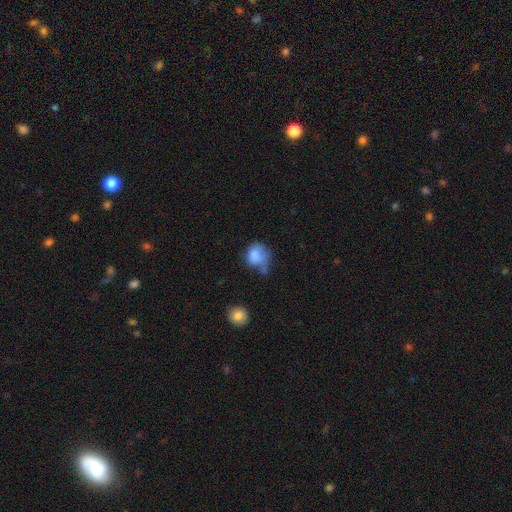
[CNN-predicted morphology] A smooth galaxy with no disk features (79%) that is round (67%).

Vote fractions:
- Smooth or featured? smooth: 79% / featured or disk: 12% / star or artifact: 9%
- How rounded? round: 67% / in between: 32% / cigar-shaped: 1%
- Merging? none: 32% (tied) / minor disturbance: 32% (tied) / major disturbance: 23% / merger: 13%